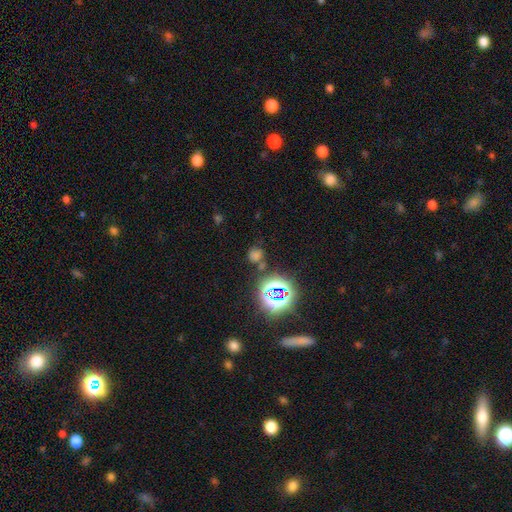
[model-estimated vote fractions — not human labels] This appears to be a smooth galaxy with no disk features (46%, tied with star or artifact). Merging: none (69%).